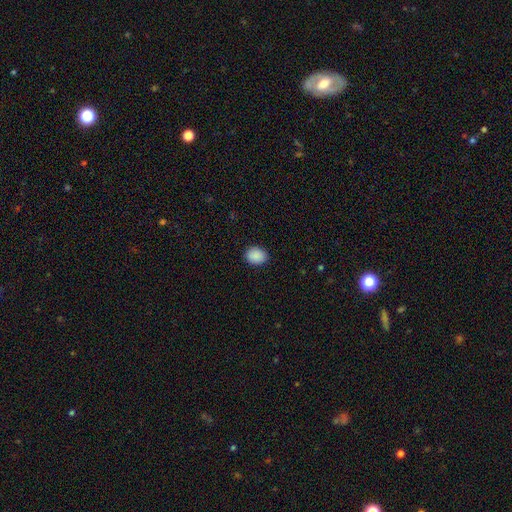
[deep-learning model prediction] Smooth or featured?
  - smooth: 90% *
  - star or artifact: 7%
  - featured or disk: 3%
How rounded?
  - in between: 62% *
  - round: 37%
  - cigar-shaped: 1%
Merging?
  - none: 89% *
  - minor disturbance: 8%
  - major disturbance: 2%
  - merger: 1%